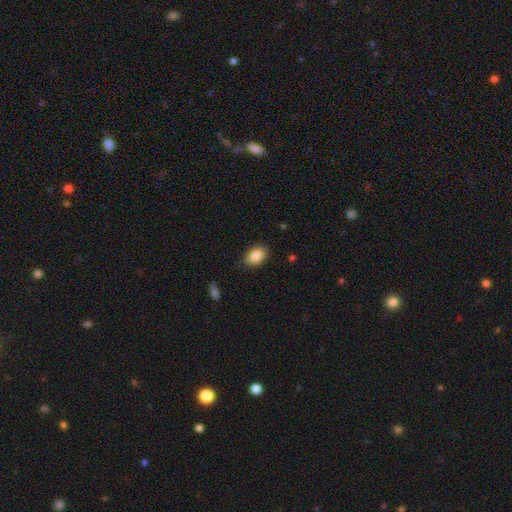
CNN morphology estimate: This appears to be a smooth galaxy with no disk features (86%) that is in between round and cigar-shaped (86%). Merging: none (85%).